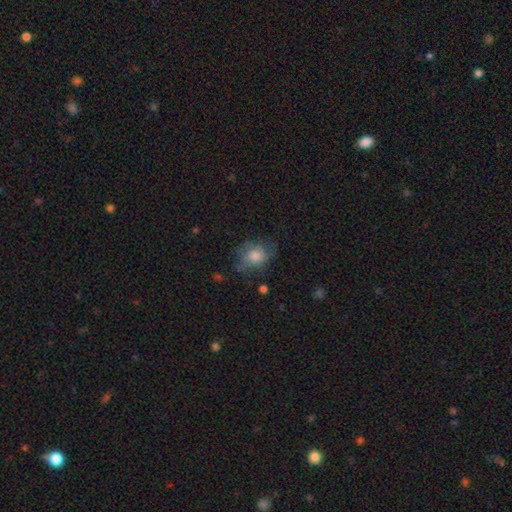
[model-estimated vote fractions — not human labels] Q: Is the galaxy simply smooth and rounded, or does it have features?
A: smooth — 69%.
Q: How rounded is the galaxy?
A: round — 52%.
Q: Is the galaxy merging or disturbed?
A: none — 59%.